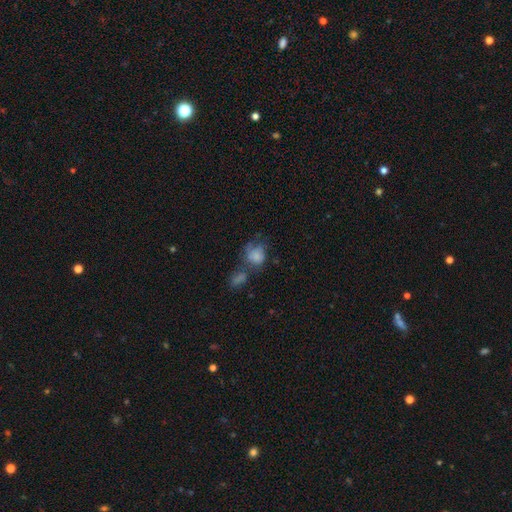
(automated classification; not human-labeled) This appears to be a smooth galaxy with no disk features (74%) that is round (59%). Merging: merger (34%).